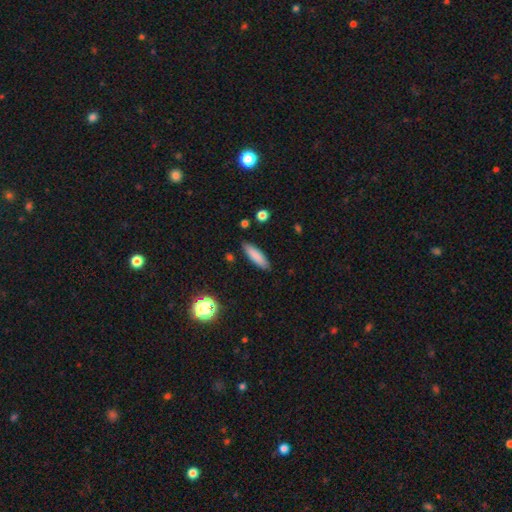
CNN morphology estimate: Smooth or featured?
  - smooth: 83% *
  - featured or disk: 9%
  - star or artifact: 8%
How rounded?
  - cigar-shaped: 58% *
  - in between: 41%
  - round: 2%
Merging?
  - none: 87% *
  - minor disturbance: 10%
  - major disturbance: 2%
  - merger: 1%